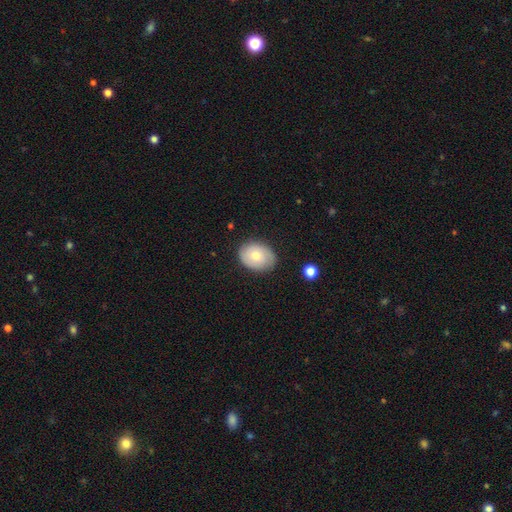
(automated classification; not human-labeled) Smooth or featured?
  - smooth: 62% *
  - featured or disk: 30%
  - star or artifact: 7%
How rounded?
  - in between: 62% *
  - round: 37%
  - cigar-shaped: 1%
Merging?
  - none: 80% *
  - minor disturbance: 15%
  - major disturbance: 3%
  - merger: 1%